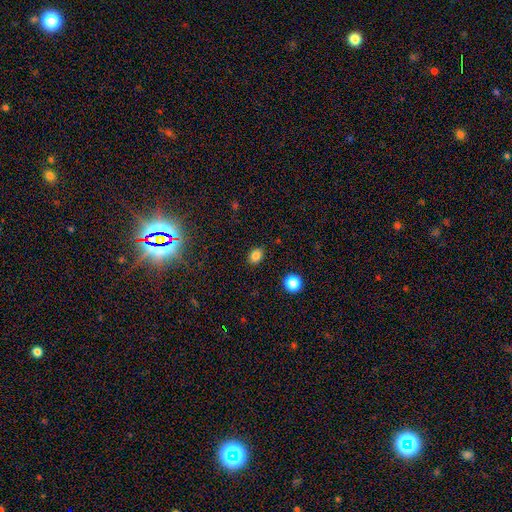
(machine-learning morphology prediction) Q: Smooth or featured?
A: smooth (82%); runner-up: star or artifact (13%)
Q: How rounded?
A: in between (63%); runner-up: round (36%)
Q: Merging?
A: none (87%); runner-up: minor disturbance (9%)